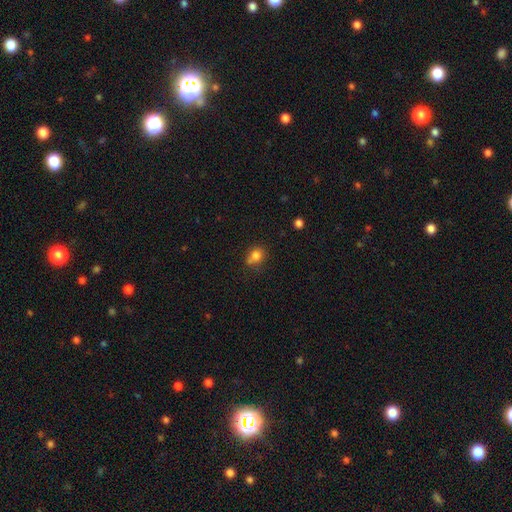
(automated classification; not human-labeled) A smooth galaxy with no disk features (79%) that is round (59%). Merging: none (53%).